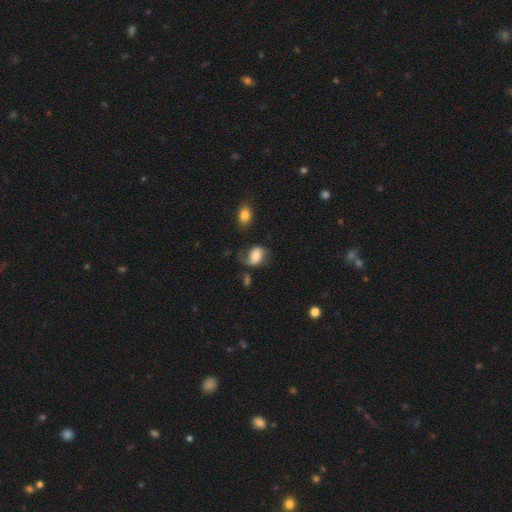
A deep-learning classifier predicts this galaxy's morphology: A featured or disk galaxy (51%). Merging: none (39%).